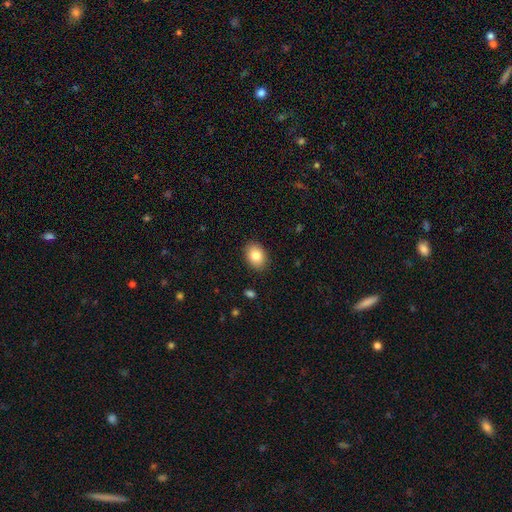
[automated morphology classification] smooth_or_featured: smooth (p=0.84) [alt: featured or disk p=0.09]
how_rounded: in between (p=0.70) [alt: round p=0.29]
merging: none (p=0.89) [alt: minor disturbance p=0.08]